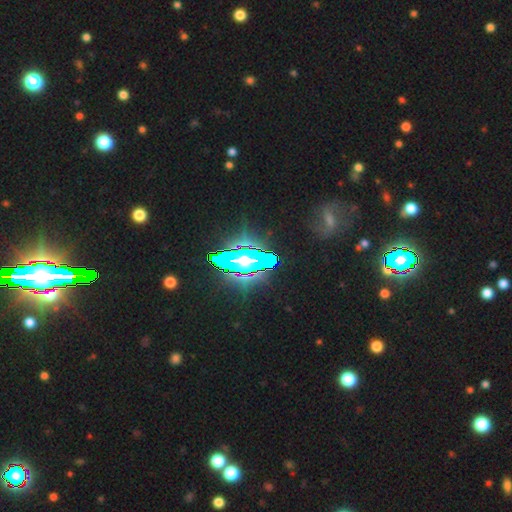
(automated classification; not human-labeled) smooth-or-featured: star or artifact: 81% | featured or disk: 10% | smooth: 9%